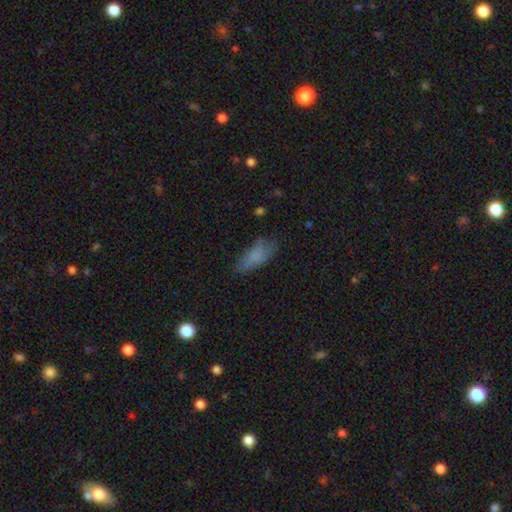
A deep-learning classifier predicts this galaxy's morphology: Smooth or featured? Predicted: smooth (p=0.77). How rounded? Predicted: in between (p=0.72). Merging? Predicted: none (p=0.63).